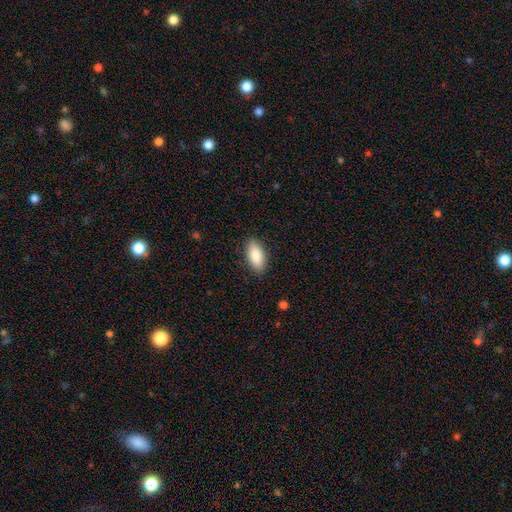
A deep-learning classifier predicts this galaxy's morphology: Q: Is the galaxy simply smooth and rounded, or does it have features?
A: smooth — 87%.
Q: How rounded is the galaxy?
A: in between — 88%.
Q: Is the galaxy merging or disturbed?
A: none — 87%.